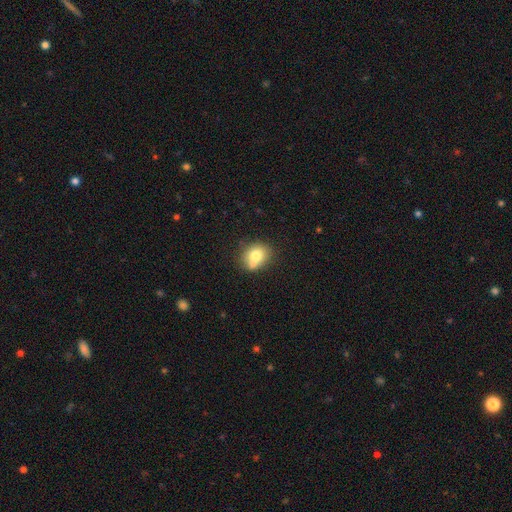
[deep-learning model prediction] Smooth or featured?
  - smooth: 73% *
  - featured or disk: 17%
  - star or artifact: 10%
How rounded?
  - round: 57% *
  - in between: 42%
  - cigar-shaped: 2%
Merging?
  - none: 50% *
  - merger: 23%
  - minor disturbance: 20%
  - major disturbance: 7%